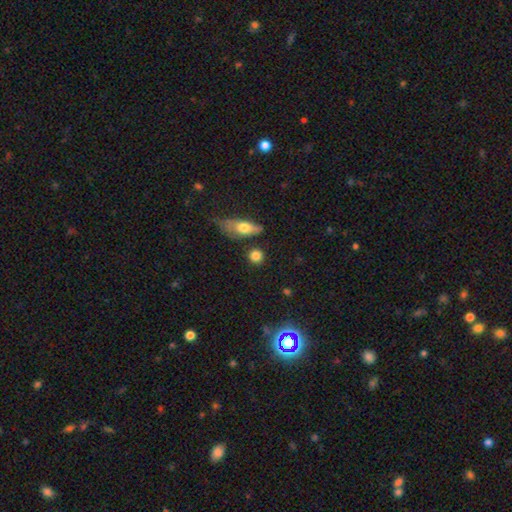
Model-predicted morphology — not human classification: Overall: smooth (82%). How rounded: round (86%). Merging: none (80%).